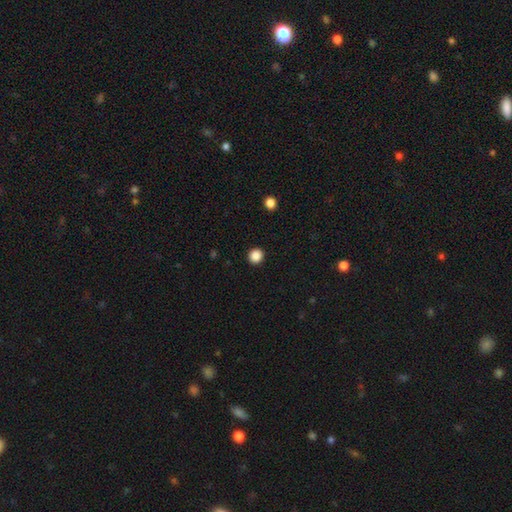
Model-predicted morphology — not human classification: Smooth or featured? Predicted: smooth (p=0.87). How rounded? Predicted: round (p=0.94). Merging? Predicted: none (p=0.93).